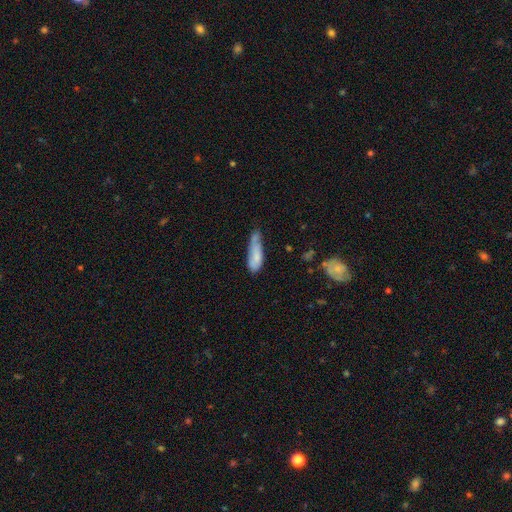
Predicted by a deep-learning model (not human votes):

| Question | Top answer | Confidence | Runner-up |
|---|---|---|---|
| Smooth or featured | smooth | 71% | featured or disk (22%) |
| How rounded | in between | 49% | tied: cigar-shaped (49%) |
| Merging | minor disturbance | 37% | none (31%) |